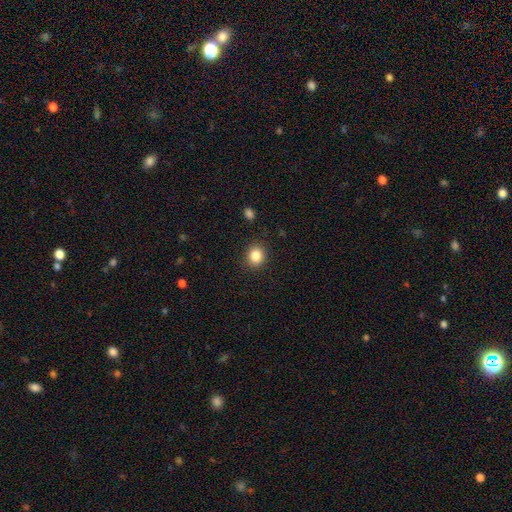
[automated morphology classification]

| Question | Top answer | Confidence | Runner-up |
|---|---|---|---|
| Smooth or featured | smooth | 85% | star or artifact (10%) |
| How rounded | round | 69% | in between (30%) |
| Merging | none | 88% | minor disturbance (8%) |